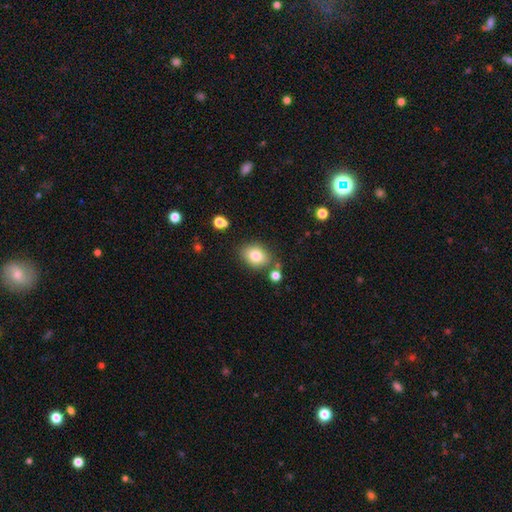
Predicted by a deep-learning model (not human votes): A smooth galaxy with no disk features (81%) that is in between round and cigar-shaped (64%). Merging: none (76%).